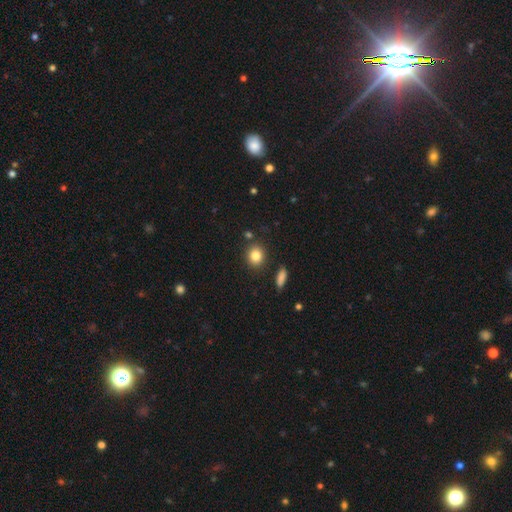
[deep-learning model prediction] Smooth or featured? Predicted: smooth (p=0.83). How rounded? Predicted: round (p=0.72). Merging? Predicted: none (p=0.84).